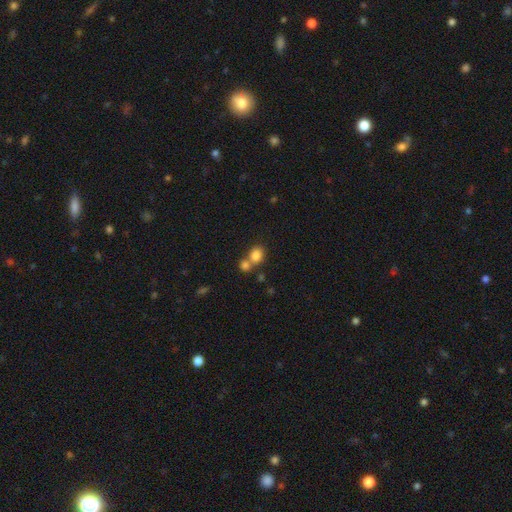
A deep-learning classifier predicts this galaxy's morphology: Smooth or featured: smooth — 82% (star or artifact — 11%)
How rounded: round — 67% (in between — 32%)
Merging: merger — 45% (tied with none — 45%)